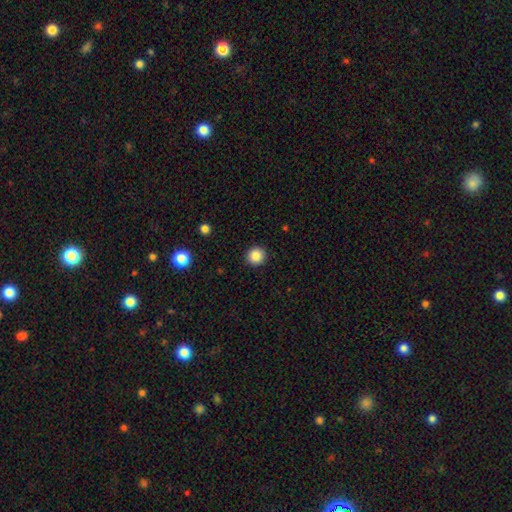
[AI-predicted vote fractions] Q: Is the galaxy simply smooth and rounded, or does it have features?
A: smooth — 86%.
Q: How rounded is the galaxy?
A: round — 94%.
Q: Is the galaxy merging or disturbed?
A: none — 93%.